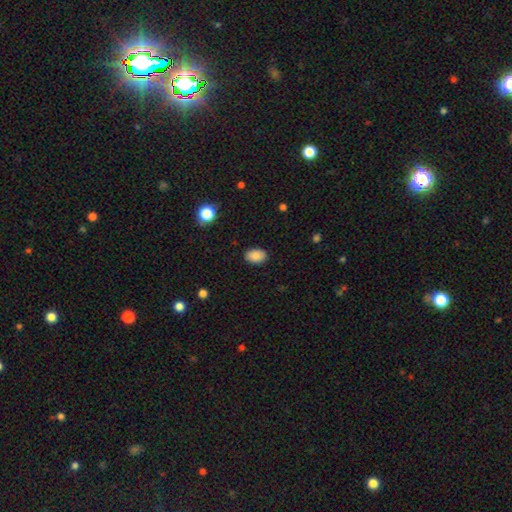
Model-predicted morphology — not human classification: This appears to be a smooth galaxy with no disk features (88%) that is in between round and cigar-shaped (85%). Merging: none (88%).